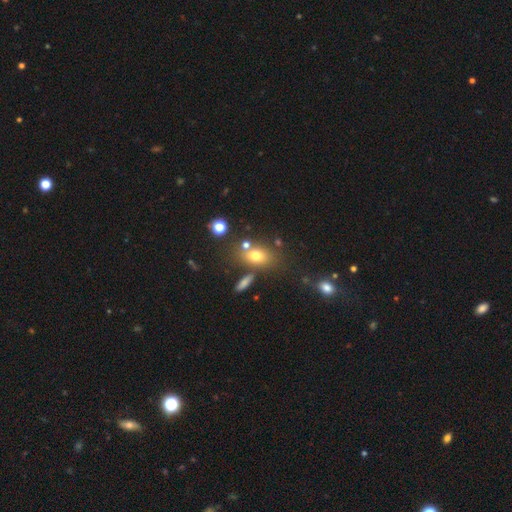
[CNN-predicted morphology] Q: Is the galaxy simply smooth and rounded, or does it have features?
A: smooth — 71%.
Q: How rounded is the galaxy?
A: in between — 70%.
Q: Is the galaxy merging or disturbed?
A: none — 66%.